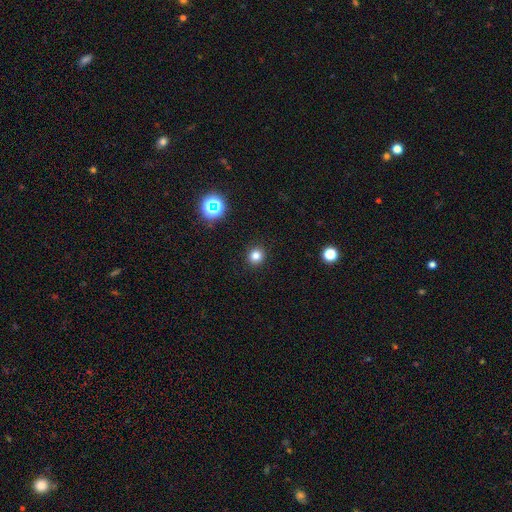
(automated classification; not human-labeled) Smooth or featured? smooth (80%)
How rounded? round (88%)
Merging? none (92%)